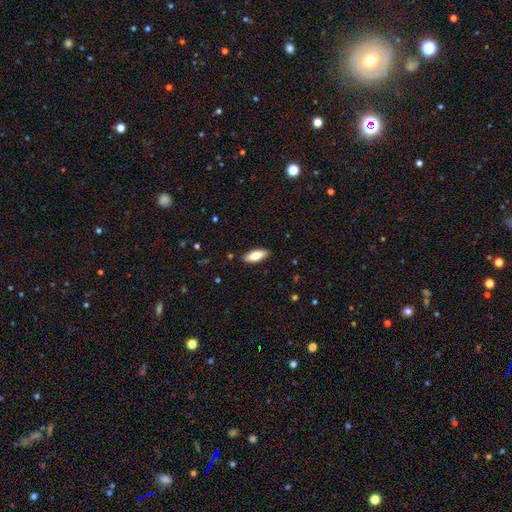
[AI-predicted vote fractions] The model was most divided on "how rounded": in between: 77%, cigar-shaped: 21%, round: 2%. More confident: merging — none (89%); smooth or featured — smooth (76%).